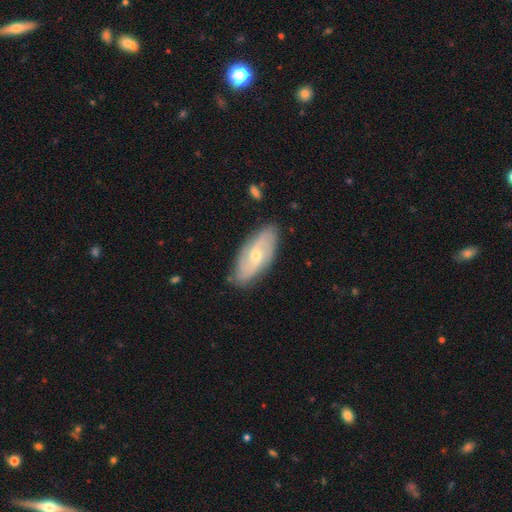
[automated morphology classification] smooth-or-featured: featured or disk: 65% | smooth: 29% | star or artifact: 6%
  disk-edge-on: no: 89% | yes: 11%
    bar: no: 51% | weak: 41% | strong: 8%
    has-spiral-arms: yes: 85% | no: 15%
    bulge-size: small: 54% | moderate: 43% | large: 1% | none: 1% | dominant: 1%
  merging: none: 81% | minor disturbance: 15% | major disturbance: 3% | merger: 2%